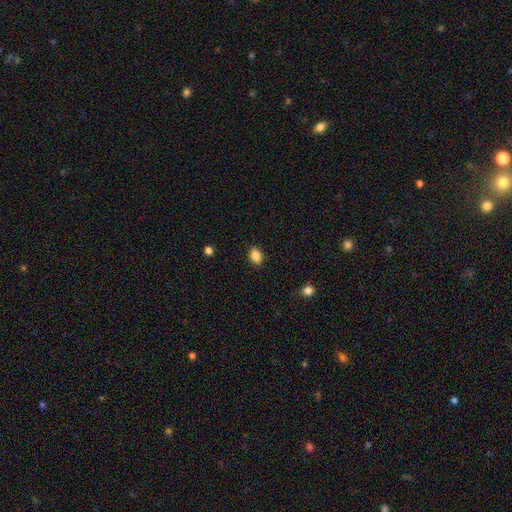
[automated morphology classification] This is clearly a smooth galaxy (87%). How rounded: likely in between (76%). Merging: clearly none (87%).